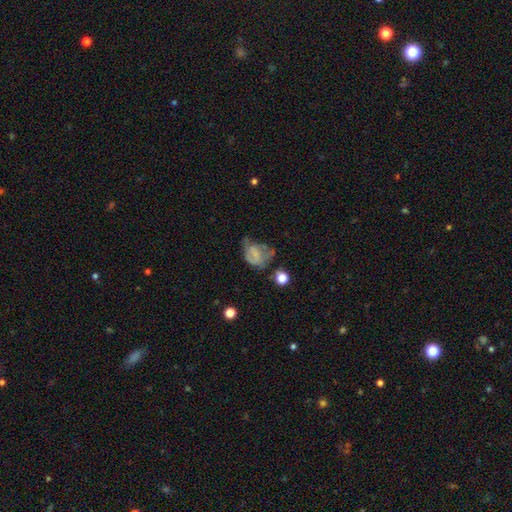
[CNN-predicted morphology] featured or disk 45%, smooth 43%, star or artifact 12%. Down the decision tree: merging — major disturbance (41%).